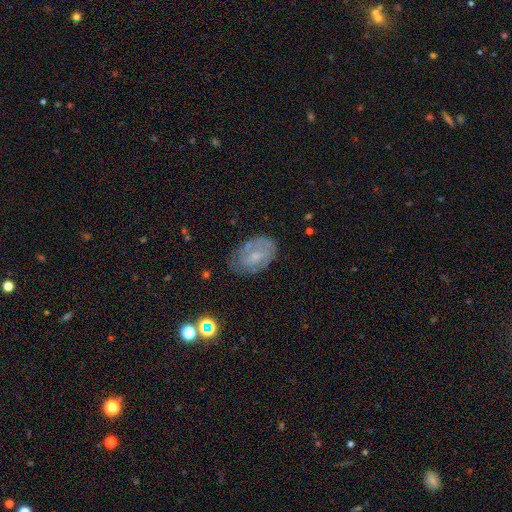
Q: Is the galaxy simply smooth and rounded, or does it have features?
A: featured or disk — 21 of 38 (55%).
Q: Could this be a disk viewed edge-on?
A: no — 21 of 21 (100%).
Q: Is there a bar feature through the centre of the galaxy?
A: no — 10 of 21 (48%).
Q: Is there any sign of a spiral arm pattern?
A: no — 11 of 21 (52%).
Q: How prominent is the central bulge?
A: small — 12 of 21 (57%).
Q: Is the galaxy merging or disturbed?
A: none — 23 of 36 (64%).